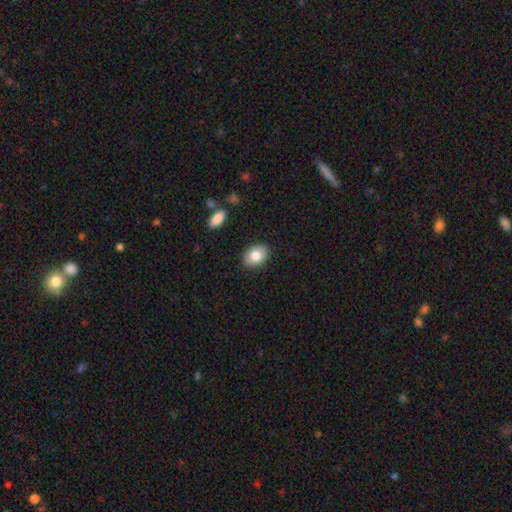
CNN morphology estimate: This appears to be a smooth galaxy with no disk features (79%) that is in between round and cigar-shaped (78%). Merging: none (87%).